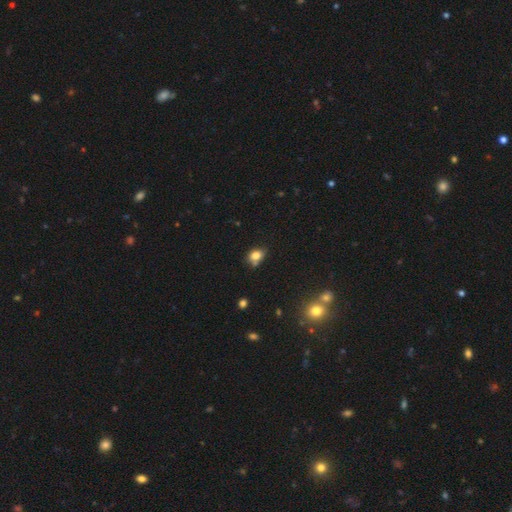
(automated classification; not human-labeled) smooth-or-featured: smooth: 79% | star or artifact: 12% | featured or disk: 9%
  how-rounded: in between: 57% | round: 42% | cigar-shaped: 1%
  merging: none: 57% | minor disturbance: 23% | merger: 14% | major disturbance: 6%